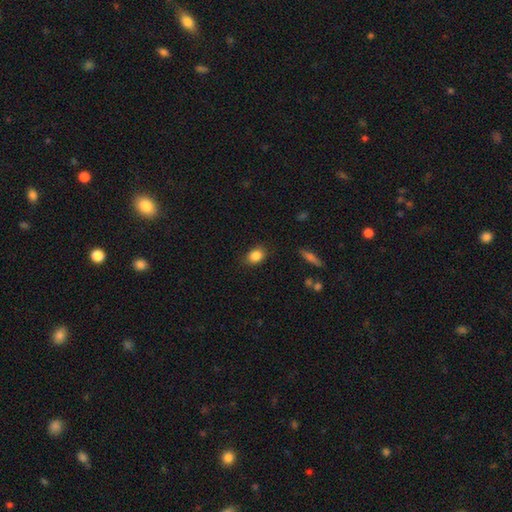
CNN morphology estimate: Smooth or featured? smooth (85%)
How rounded? in between (62%)
Merging? none (81%)